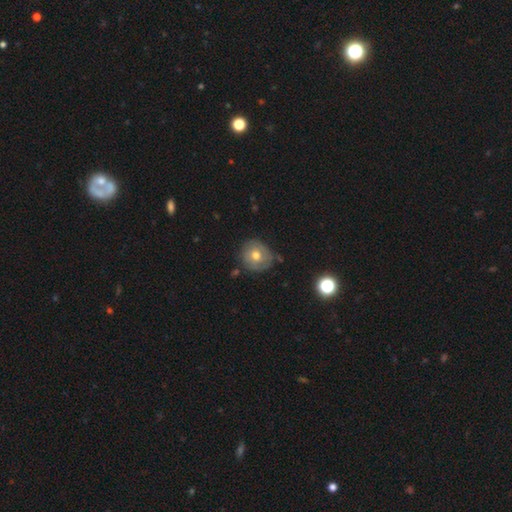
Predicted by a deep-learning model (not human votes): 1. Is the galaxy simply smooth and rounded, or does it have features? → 60% smooth, 30% featured or disk, 10% star or artifact.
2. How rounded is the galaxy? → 88% round, 11% in between, 1% cigar-shaped.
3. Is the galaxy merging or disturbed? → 74% none, 19% minor disturbance, 4% major disturbance, 3% merger.